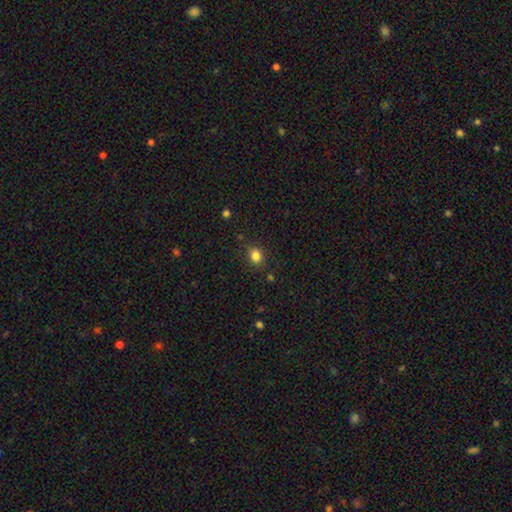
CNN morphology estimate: smooth-or-featured: smooth: 83% | star or artifact: 12% | featured or disk: 5%
  how-rounded: round: 64% | in between: 35% | cigar-shaped: 1%
  merging: none: 83% | minor disturbance: 12% | major disturbance: 3% | merger: 2%